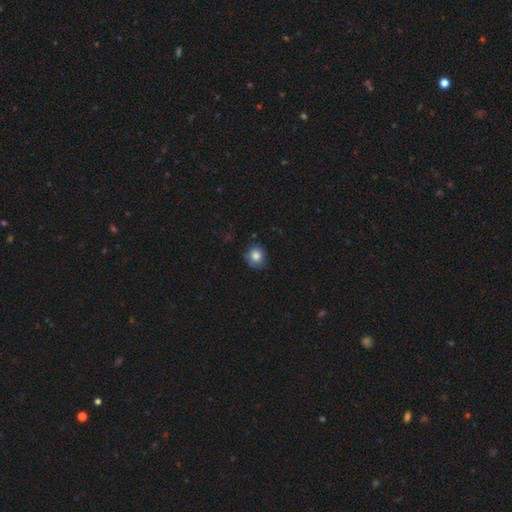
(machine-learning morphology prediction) Overall: smooth (82%). How rounded: round (79%). Merging: none (70%).